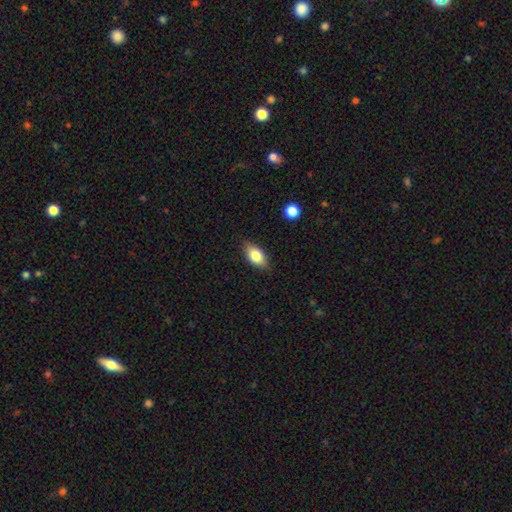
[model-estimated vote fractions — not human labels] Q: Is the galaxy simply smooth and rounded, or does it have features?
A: smooth — 75%.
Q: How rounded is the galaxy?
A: in between — 87%.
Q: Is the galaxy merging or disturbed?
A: none — 84%.